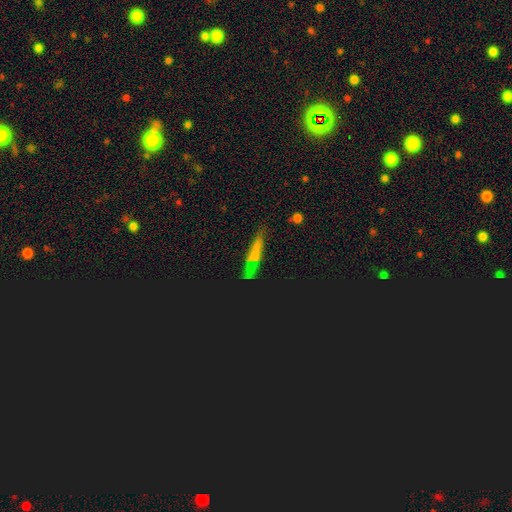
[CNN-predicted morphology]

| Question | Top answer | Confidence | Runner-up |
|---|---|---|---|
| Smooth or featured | smooth | 45% | star or artifact (35%) |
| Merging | none | 72% | minor disturbance (18%) |